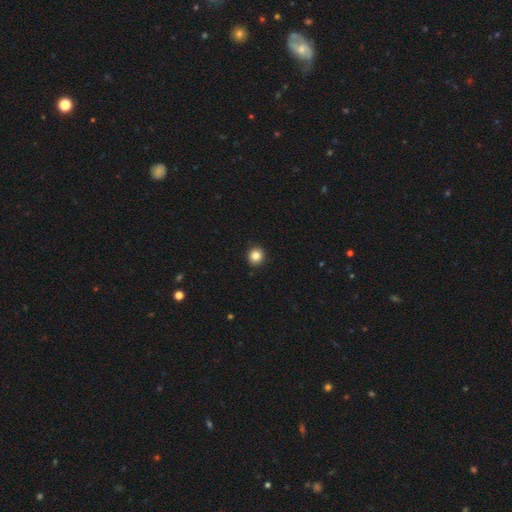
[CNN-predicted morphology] smooth 85%, star or artifact 11%, featured or disk 5%. Down the decision tree: how rounded — round (90%); merging — none (93%).